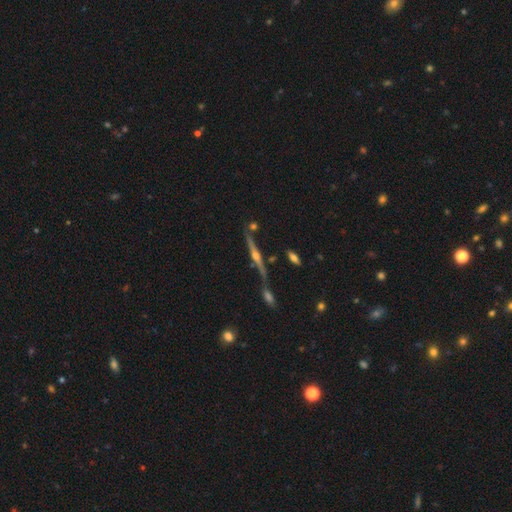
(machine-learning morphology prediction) Smooth or featured?
  - featured or disk: 83% *
  - smooth: 9%
  - star or artifact: 8%
Edge-on disk?
  - yes: 96% *
  - no: 4%
Edge-on bulge?
  - rounded: 92% *
  - boxy: 4%
  - none: 4%
Merging?
  - none: 68% *
  - merger: 14%
  - minor disturbance: 13%
  - major disturbance: 5%